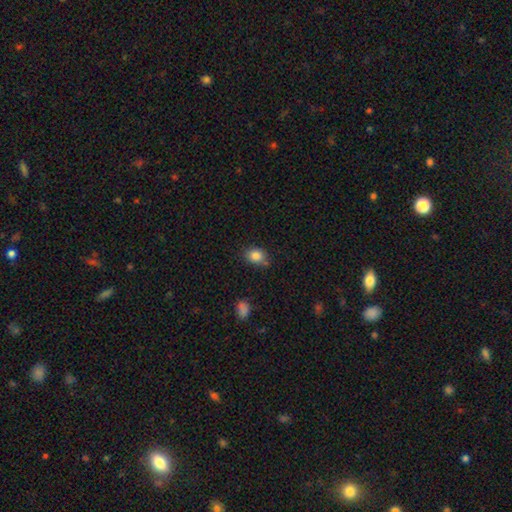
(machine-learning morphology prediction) Smooth or featured? Predicted: smooth (p=0.85). How rounded? Predicted: in between (p=0.56). Merging? Predicted: none (p=0.74).